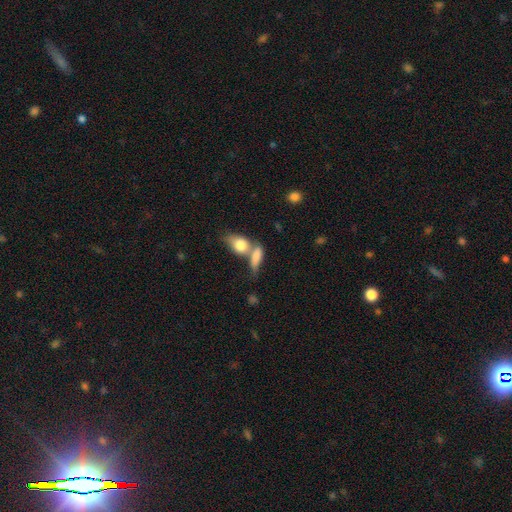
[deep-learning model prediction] A smooth galaxy with no disk features (76%) that is in between round and cigar-shaped (64%). Merging: merger (53%).